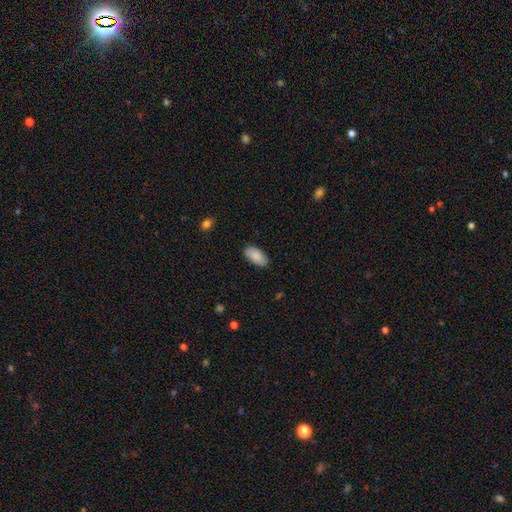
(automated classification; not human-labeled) smooth 89%, star or artifact 6%, featured or disk 5%. Down the decision tree: how rounded — in between (94%); merging — none (86%).